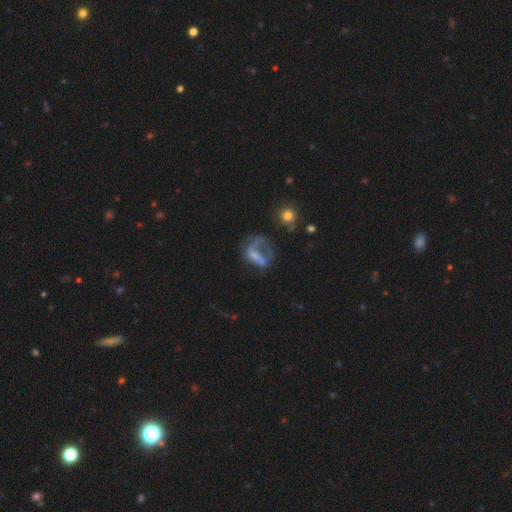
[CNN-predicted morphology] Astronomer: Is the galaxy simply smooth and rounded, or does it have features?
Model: featured or disk — 52% (runner-up: smooth, 33%).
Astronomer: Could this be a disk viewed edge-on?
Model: no — 96%.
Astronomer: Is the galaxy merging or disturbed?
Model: major disturbance — 49% (runner-up: none, 27%).